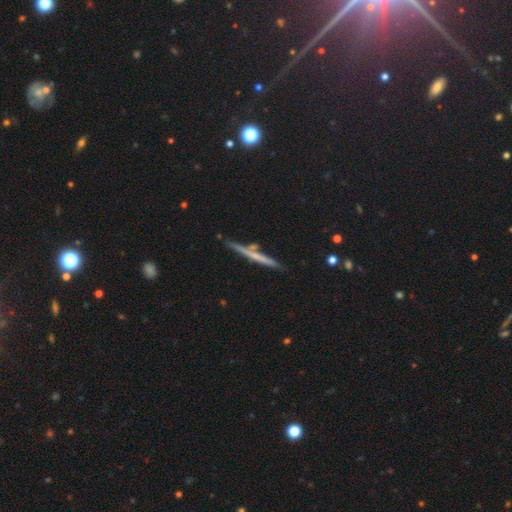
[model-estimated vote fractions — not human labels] Smooth or featured? featured or disk (54%)
Edge-on disk? yes (97%)
Edge-on bulge? none (79%)
Merging? none (81%)